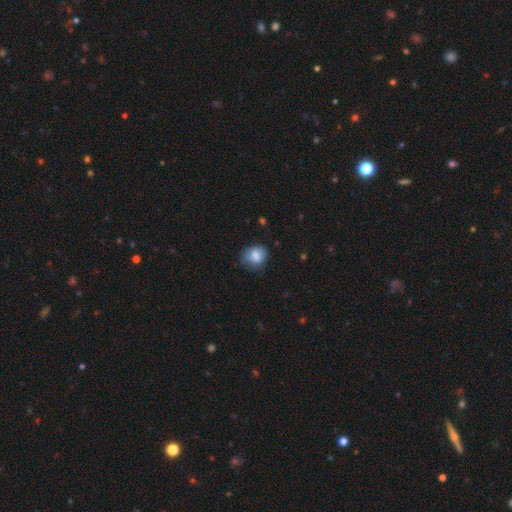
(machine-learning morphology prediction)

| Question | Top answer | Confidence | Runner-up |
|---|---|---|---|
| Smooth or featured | smooth | 75% | featured or disk (16%) |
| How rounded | round | 56% | in between (43%) |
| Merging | none | 58% | minor disturbance (28%) |